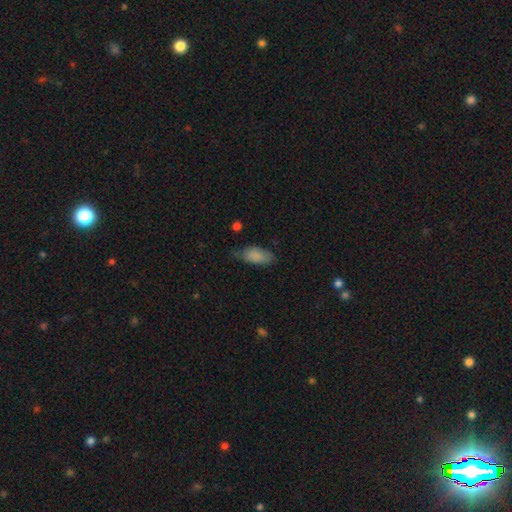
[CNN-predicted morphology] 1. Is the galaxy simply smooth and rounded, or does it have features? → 85% smooth, 8% featured or disk, 7% star or artifact.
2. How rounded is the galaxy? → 89% in between, 8% cigar-shaped, 3% round.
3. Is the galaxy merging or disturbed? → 63% none, 29% minor disturbance, 7% major disturbance, 2% merger.